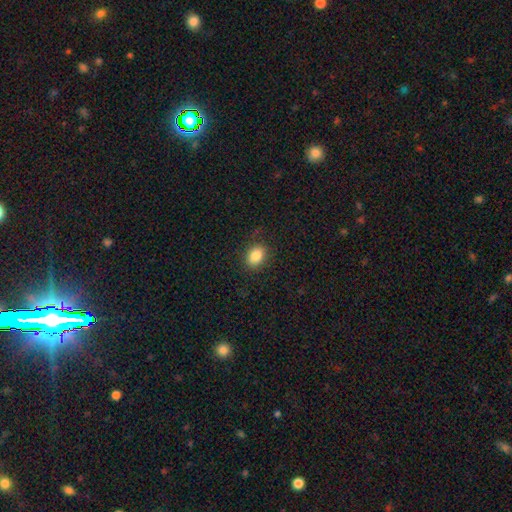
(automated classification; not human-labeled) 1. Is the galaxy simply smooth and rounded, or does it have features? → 86% smooth, 9% star or artifact, 5% featured or disk.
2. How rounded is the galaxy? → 68% in between, 31% round, 1% cigar-shaped.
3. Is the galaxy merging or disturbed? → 86% none, 10% minor disturbance, 3% major disturbance, 1% merger.